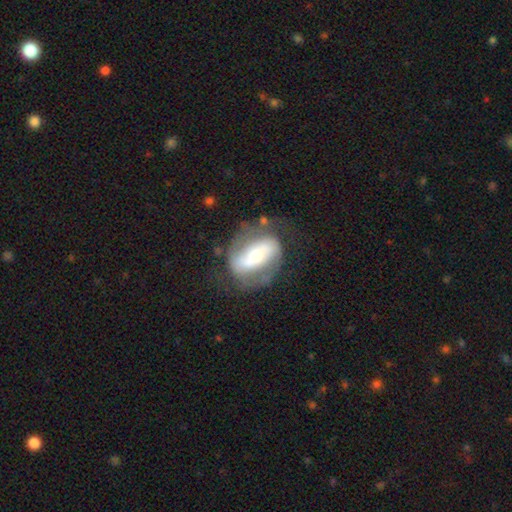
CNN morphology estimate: smooth_or_featured: featured or disk (p=0.72) [alt: smooth p=0.21]
disk_edge_on: no (p=0.94) [alt: yes p=0.06]
bar: strong (p=0.47) [alt: no p=0.28]
has_spiral_arms: yes (p=0.77) [alt: no p=0.23]
spiral_winding: medium (p=0.41) [alt: tight p=0.34]
spiral_arm_count: 2 (p=0.79) [alt: can't tell p=0.13]
bulge_size: moderate (p=0.48) [alt: small p=0.41]
merging: none (p=0.63) [alt: minor disturbance p=0.19]